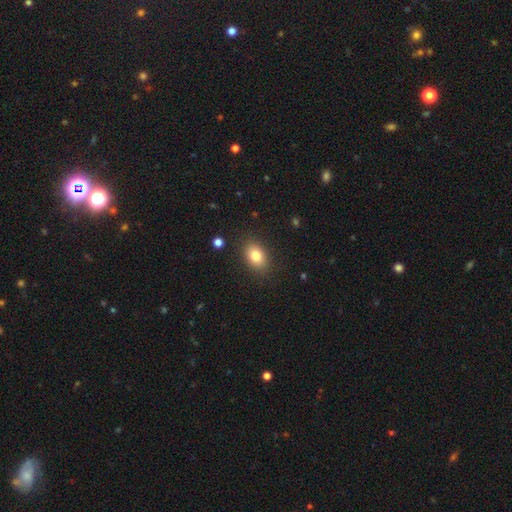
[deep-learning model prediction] The model was most divided on "how rounded": in between: 79%, round: 20%, cigar-shaped: 1%. More confident: merging — none (87%); smooth or featured — smooth (81%).